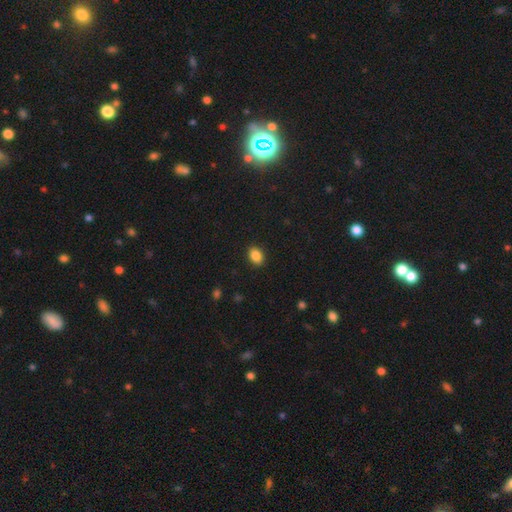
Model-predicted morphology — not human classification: Smooth or featured? Predicted: smooth (p=0.87). How rounded? Predicted: in between (p=0.74). Merging? Predicted: none (p=0.90).